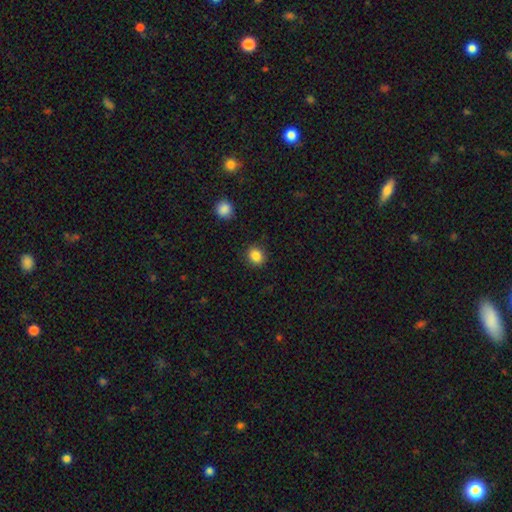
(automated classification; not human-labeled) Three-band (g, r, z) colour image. It shows a smooth galaxy with no disk features (86%) that is round (71%). Merging: none (87%).